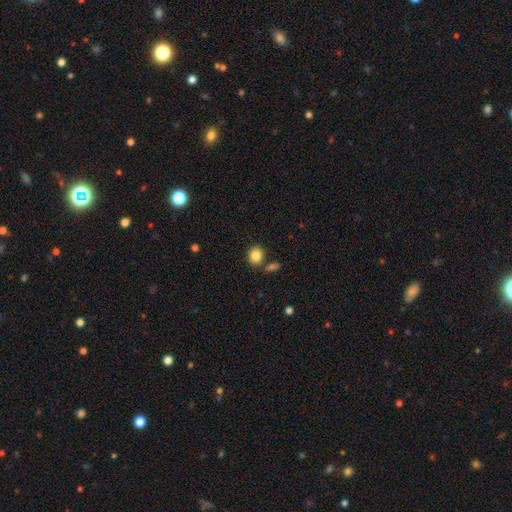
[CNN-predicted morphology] The model was most divided on "how rounded": round: 64%, in between: 35%, cigar-shaped: 1%. More confident: smooth or featured — smooth (85%); merging — none (76%).